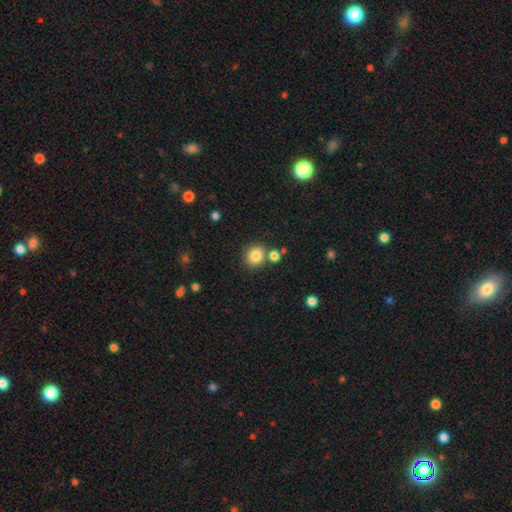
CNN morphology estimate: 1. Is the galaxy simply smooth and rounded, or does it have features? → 84% smooth, 11% star or artifact, 6% featured or disk.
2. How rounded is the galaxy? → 83% round, 16% in between, 1% cigar-shaped.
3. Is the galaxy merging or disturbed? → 74% none, 15% merger, 9% minor disturbance, 3% major disturbance.